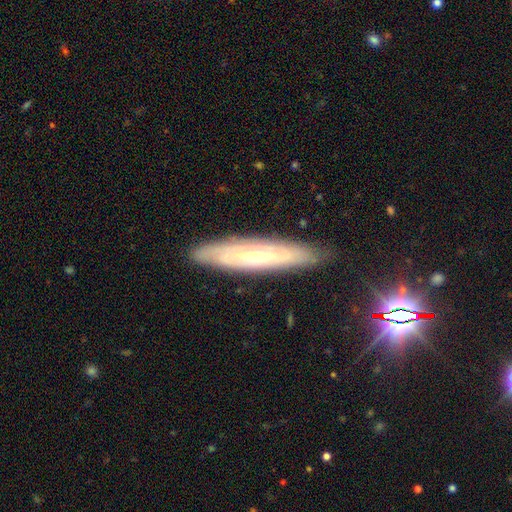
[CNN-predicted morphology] Smooth or featured?
  - featured or disk: 61% *
  - smooth: 30%
  - star or artifact: 8%
Edge-on disk?
  - yes: 53% *
  - no: 47%
Merging?
  - none: 85% *
  - minor disturbance: 12%
  - major disturbance: 2%
  - merger: 1%